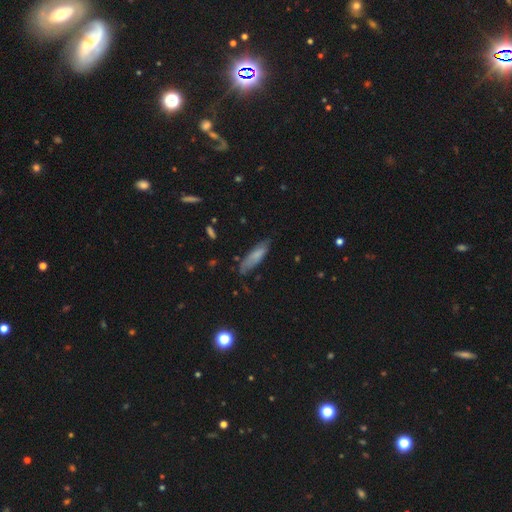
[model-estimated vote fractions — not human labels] smooth_or_featured: smooth (p=0.72) [alt: featured or disk p=0.21]
how_rounded: cigar-shaped (p=0.54) [alt: in between p=0.44]
merging: none (p=0.67) [alt: minor disturbance p=0.25]